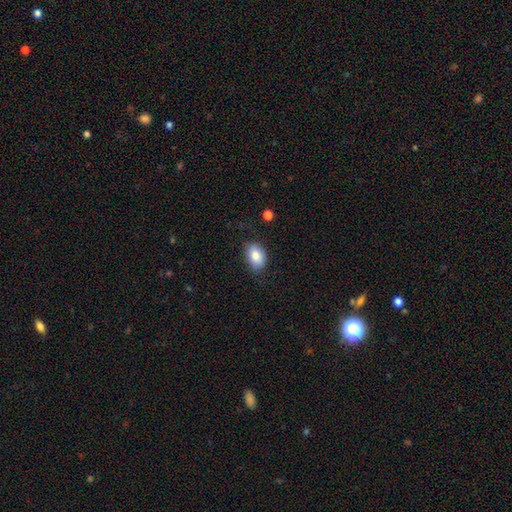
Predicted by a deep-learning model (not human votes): Smooth or featured?
  - smooth: 84% *
  - featured or disk: 9%
  - star or artifact: 7%
How rounded?
  - in between: 85% *
  - round: 13%
  - cigar-shaped: 1%
Merging?
  - none: 74% *
  - minor disturbance: 20%
  - major disturbance: 5%
  - merger: 2%